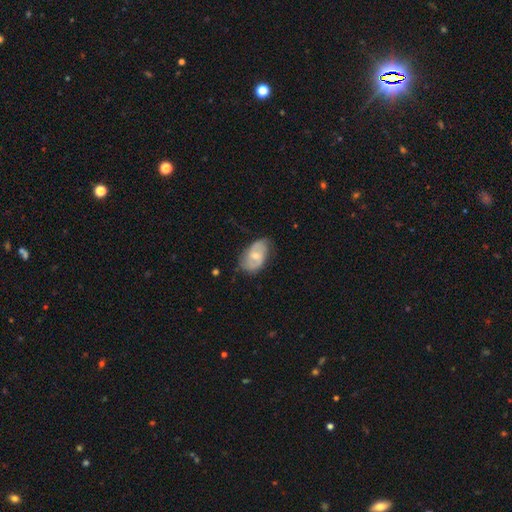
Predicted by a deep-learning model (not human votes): Smooth or featured: featured or disk — 56% (smooth — 38%)
Edge-on disk: no — 95% (yes — 5%)
Bar: no — 50% (weak — 41%)
Spiral arms: yes — 77% (no — 23%)
Bulge size: moderate — 51% (small — 45%)
Merging: none — 67% (minor disturbance — 26%)